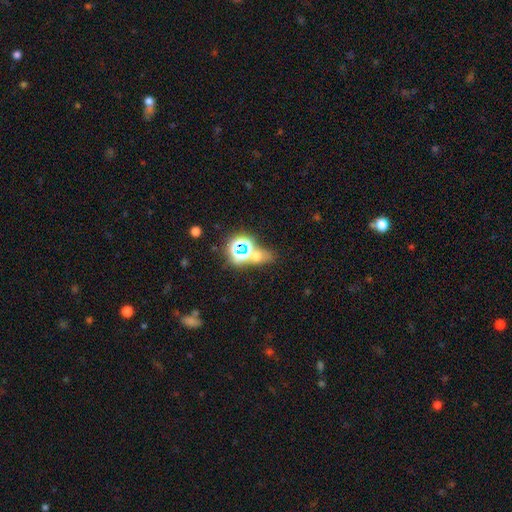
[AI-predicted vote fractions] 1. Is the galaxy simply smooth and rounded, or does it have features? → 46% star or artifact, 43% smooth, 11% featured or disk.